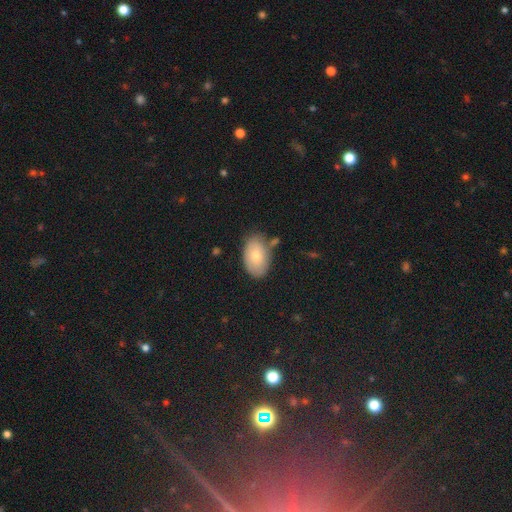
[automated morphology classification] A smooth galaxy with no disk features (74%) that is in between round and cigar-shaped (91%). Merging: none (72%).